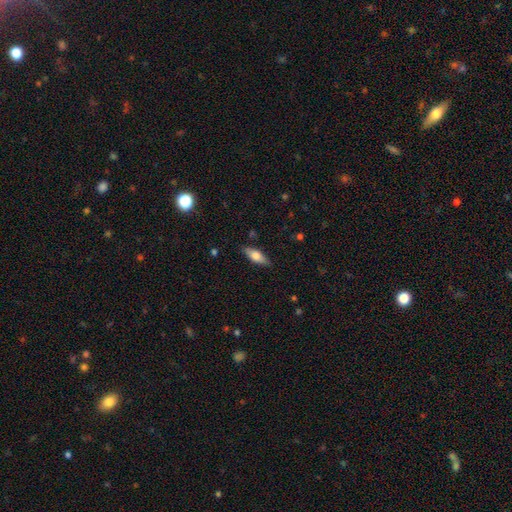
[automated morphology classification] smooth 60%, featured or disk 34%, star or artifact 6%. Down the decision tree: how rounded — in between (64%); merging — none (85%).